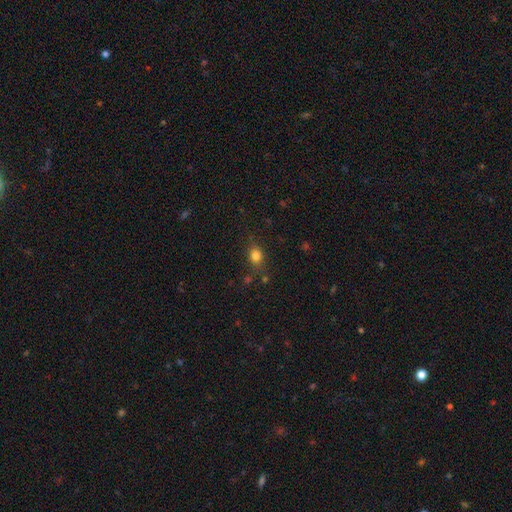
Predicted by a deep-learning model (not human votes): smooth_or_featured: smooth (p=0.81) [alt: star or artifact p=0.13]
how_rounded: round (p=0.55) [alt: in between p=0.43]
merging: none (p=0.77) [alt: minor disturbance p=0.15]